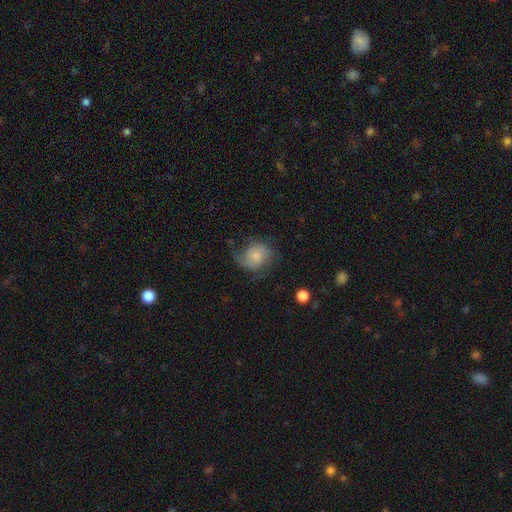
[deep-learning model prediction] Q: Smooth or featured?
A: featured or disk (46%); tied with: smooth (46%)
Q: Merging?
A: none (48%); runner-up: minor disturbance (25%)